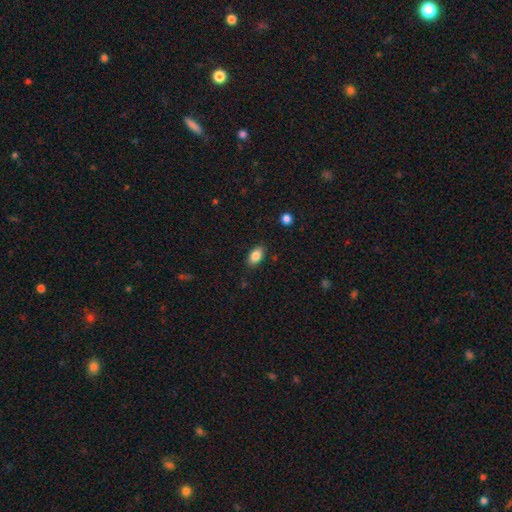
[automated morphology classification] Q: Smooth or featured?
A: smooth (85%); runner-up: star or artifact (8%)
Q: How rounded?
A: in between (91%); runner-up: round (6%)
Q: Merging?
A: none (86%); runner-up: minor disturbance (10%)